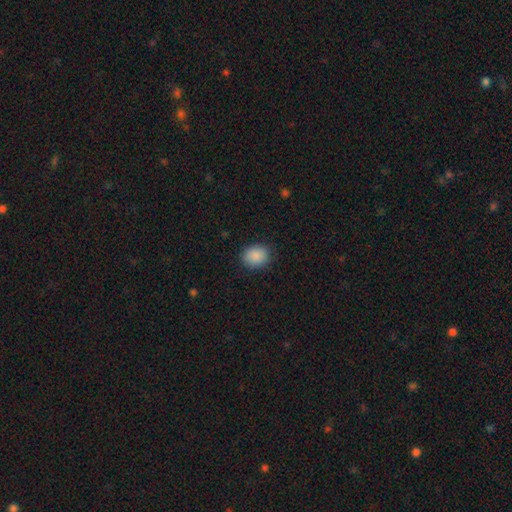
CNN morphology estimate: The model was most divided on "how rounded": round: 52%, in between: 48%, cigar-shaped: 1%. More confident: smooth or featured — smooth (89%); merging — none (87%).